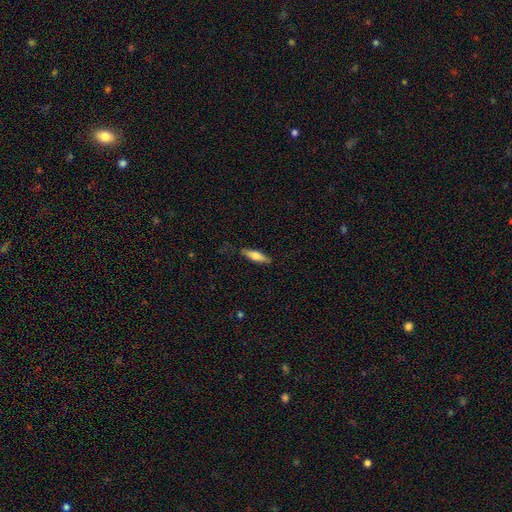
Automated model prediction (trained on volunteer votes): smooth_or_featured: smooth (p=0.58) [alt: featured or disk p=0.36]
how_rounded: cigar-shaped (p=0.66) [alt: in between p=0.32]
merging: none (p=0.82) [alt: minor disturbance p=0.14]